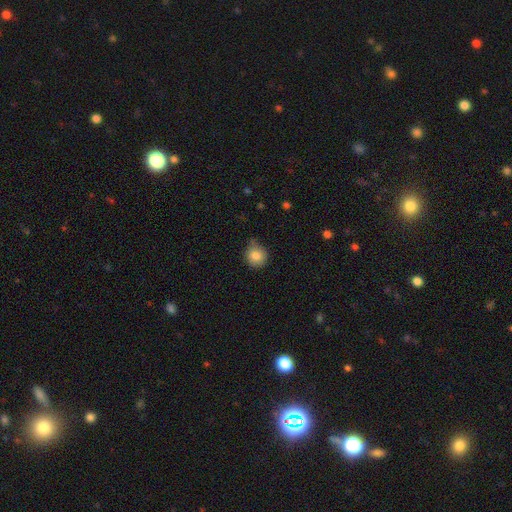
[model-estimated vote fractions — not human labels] Morphology: type=smooth (84%); roundness=round (84%); merging=none (63%).